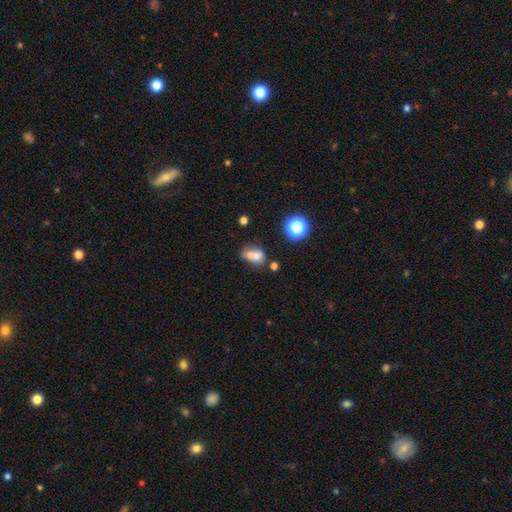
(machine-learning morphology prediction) Smooth or featured? smooth (65%)
How rounded? in between (58%)
Merging? merger (49%)